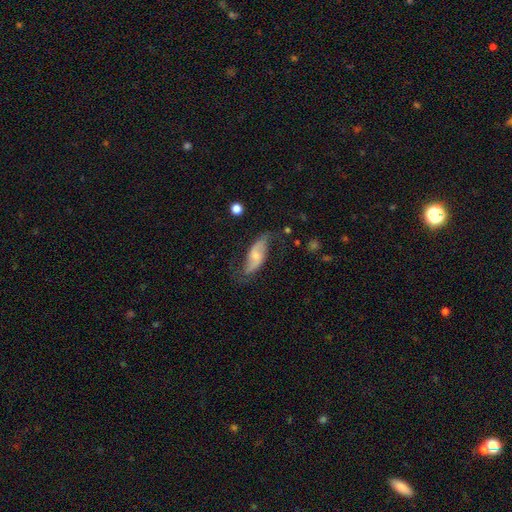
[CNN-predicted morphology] Smooth or featured? featured or disk (68%)
Edge-on disk? no (91%)
Bar? no (48%)
Spiral arms? yes (91%)
Spiral winding? loose (77%)
Spiral arm count? 2 (89%)
Bulge size? small (49%)
Merging? none (62%)